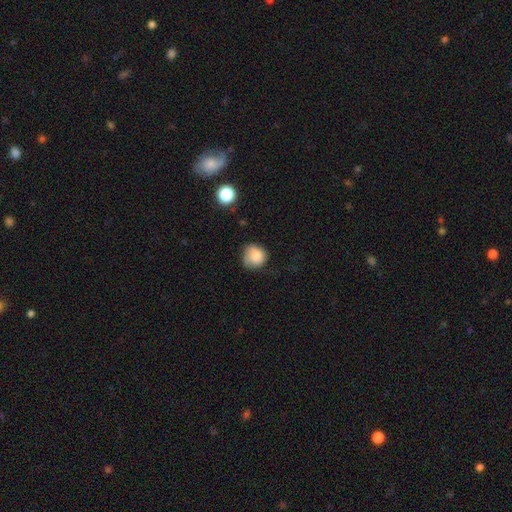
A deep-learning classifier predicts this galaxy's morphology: smooth-or-featured: smooth: 80% | featured or disk: 11% | star or artifact: 9%
  how-rounded: round: 81% | in between: 18% | cigar-shaped: 1%
  merging: none: 54% | minor disturbance: 33% | major disturbance: 11% | merger: 2%